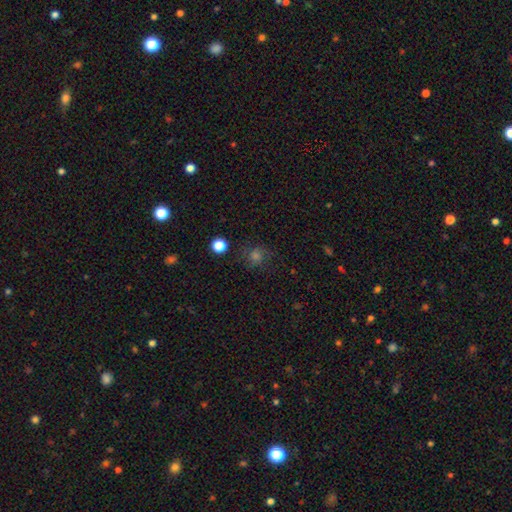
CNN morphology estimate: Overall: smooth (49%; star or artifact 30%). Merging: none (76%).